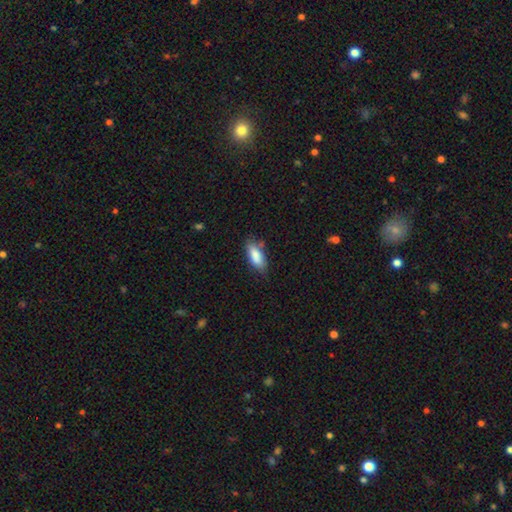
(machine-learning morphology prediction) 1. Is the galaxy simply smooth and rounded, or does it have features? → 84% smooth, 9% featured or disk, 7% star or artifact.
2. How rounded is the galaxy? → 80% in between, 18% cigar-shaped, 2% round.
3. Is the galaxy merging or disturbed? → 71% none, 21% minor disturbance, 4% major disturbance, 4% merger.